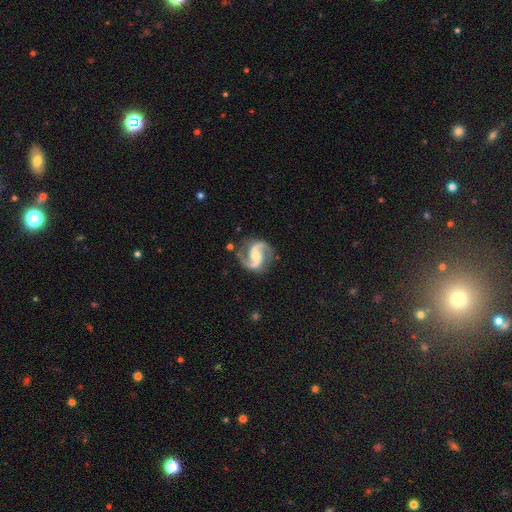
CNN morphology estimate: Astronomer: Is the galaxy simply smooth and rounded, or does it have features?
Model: featured or disk — 93%.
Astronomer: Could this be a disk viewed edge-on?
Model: no — 98%.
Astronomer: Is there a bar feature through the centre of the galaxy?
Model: no — 42% (runner-up: weak, 39%).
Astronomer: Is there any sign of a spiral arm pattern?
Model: yes — 98%.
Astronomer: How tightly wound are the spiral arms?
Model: medium — 61%.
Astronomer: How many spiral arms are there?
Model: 2 — 94%.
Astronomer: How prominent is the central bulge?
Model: moderate — 49% (runner-up: small, 39%).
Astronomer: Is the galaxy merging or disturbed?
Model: none — 81%.